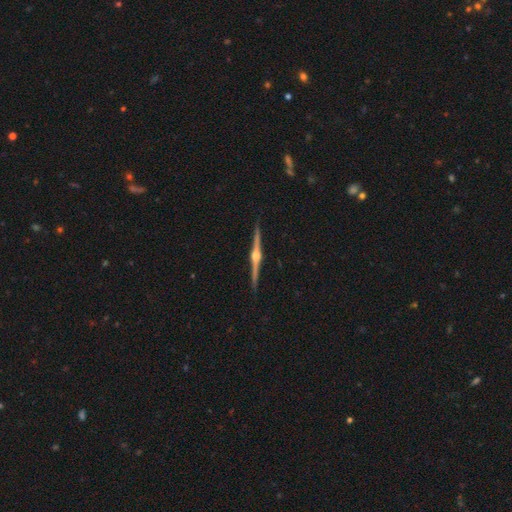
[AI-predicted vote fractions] smooth_or_featured: featured or disk (p=0.90) [alt: smooth p=0.06]
disk_edge_on: yes (p=0.99) [alt: no p=0.01]
edge_on_bulge: rounded (p=0.94) [alt: boxy p=0.04]
merging: none (p=0.92) [alt: minor disturbance p=0.05]